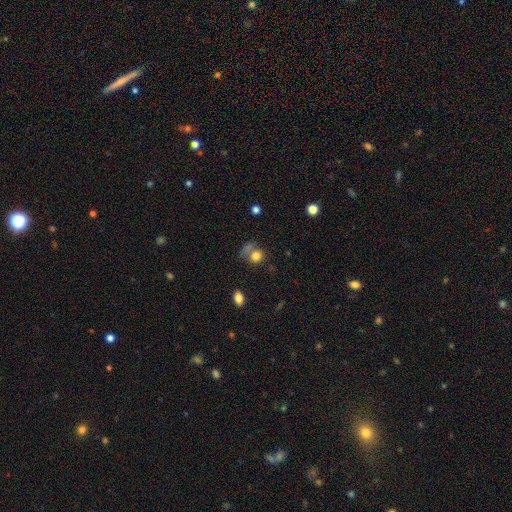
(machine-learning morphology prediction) A smooth galaxy with no disk features (78%) that is round (73%).

Vote fractions:
- Smooth or featured? smooth: 78% / star or artifact: 12% / featured or disk: 10%
- How rounded? round: 73% / in between: 26% / cigar-shaped: 1%
- Merging? none: 45% / merger: 23% / minor disturbance: 17% / major disturbance: 16%